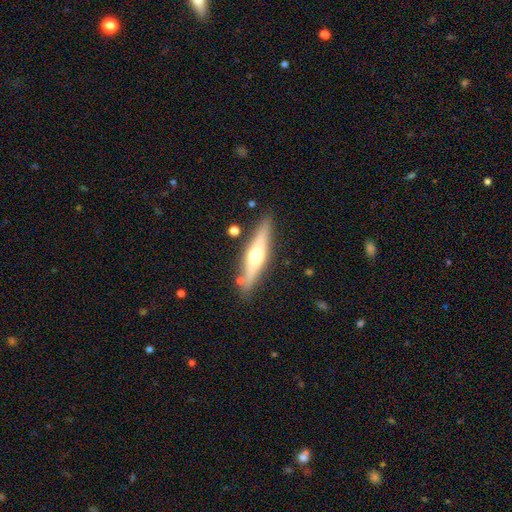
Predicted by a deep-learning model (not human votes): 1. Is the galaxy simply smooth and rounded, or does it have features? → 56% featured or disk, 38% smooth, 6% star or artifact.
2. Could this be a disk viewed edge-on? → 94% yes, 6% no.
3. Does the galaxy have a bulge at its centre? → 91% rounded, 5% none, 4% boxy.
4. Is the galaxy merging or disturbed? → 84% none, 10% minor disturbance, 4% merger, 2% major disturbance.